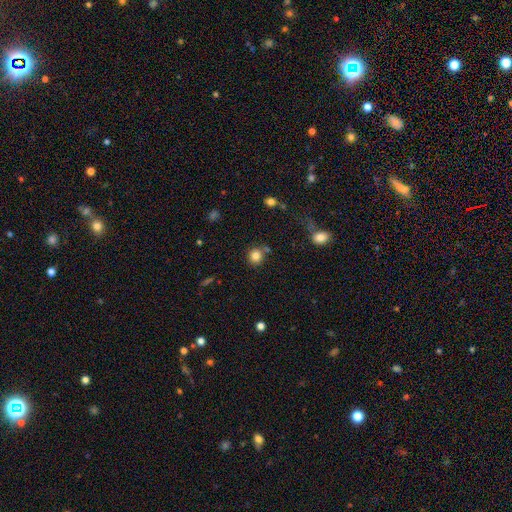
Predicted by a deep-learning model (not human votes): This appears to be a smooth galaxy with no disk features (83%) that is round (89%). Merging: none (79%).